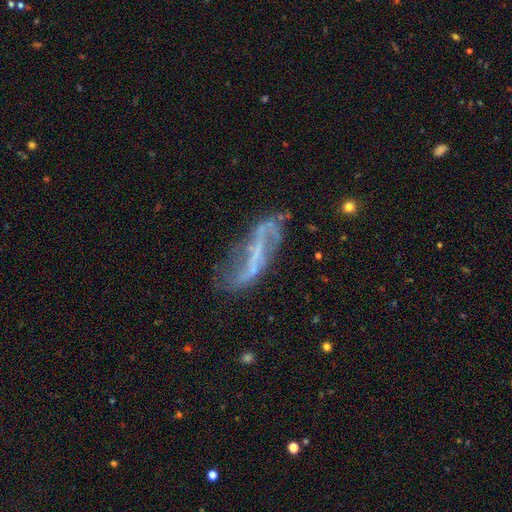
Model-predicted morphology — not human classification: Q: Smooth or featured?
A: featured or disk (74%); runner-up: smooth (15%)
Q: Edge-on disk?
A: no (82%); runner-up: yes (18%)
Q: Bar?
A: strong (48%); runner-up: weak (27%)
Q: Spiral arms?
A: yes (73%); runner-up: no (27%)
Q: Bulge size?
A: none (58%); runner-up: small (30%)
Q: Merging?
A: none (51%); runner-up: minor disturbance (23%)